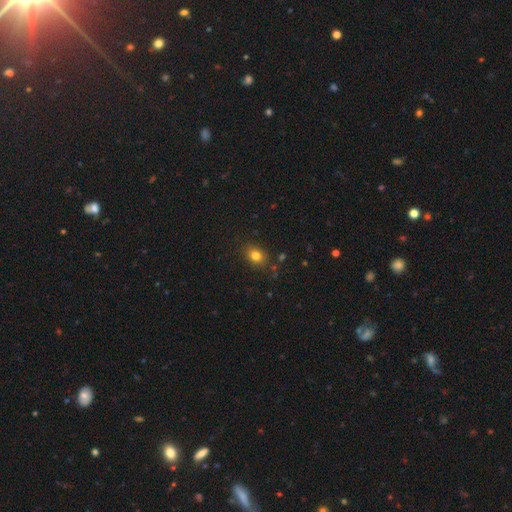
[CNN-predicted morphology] smooth_or_featured: smooth (p=0.80) [alt: star or artifact p=0.12]
how_rounded: in between (p=0.58) [alt: round p=0.41]
merging: none (p=0.83) [alt: minor disturbance p=0.12]